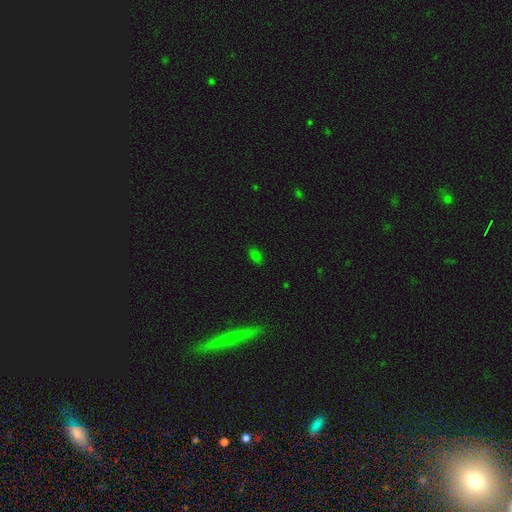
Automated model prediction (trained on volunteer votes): Smooth or featured?
  - smooth: 72% *
  - star or artifact: 21%
  - featured or disk: 7%
How rounded?
  - in between: 84% *
  - round: 12%
  - cigar-shaped: 4%
Merging?
  - none: 86% *
  - minor disturbance: 10%
  - major disturbance: 3%
  - merger: 2%